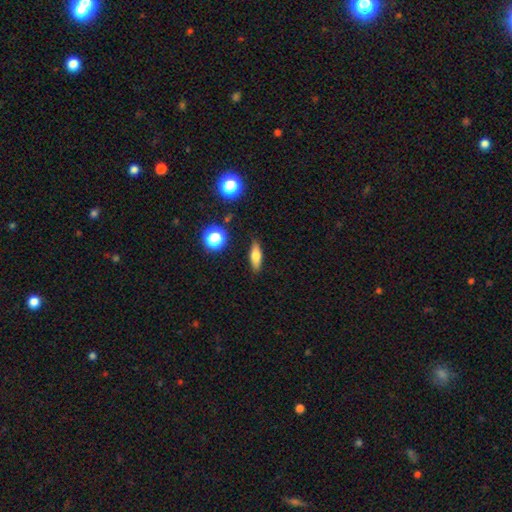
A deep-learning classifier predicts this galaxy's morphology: type=smooth (69%); roundness=in between (52%); merging=none (87%).